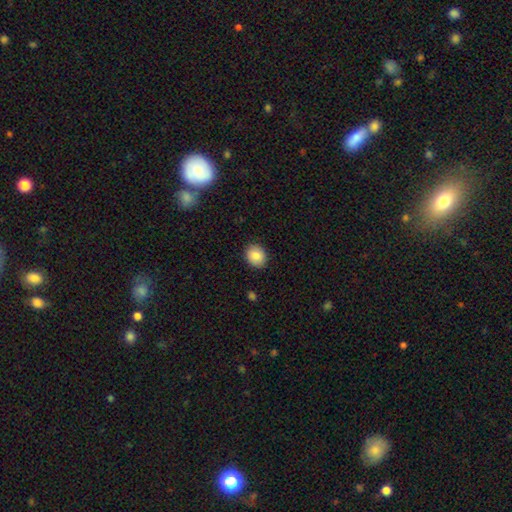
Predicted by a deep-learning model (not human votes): The model was most divided on "how rounded": round: 62%, in between: 37%, cigar-shaped: 1%. More confident: merging — none (89%); smooth or featured — smooth (85%).